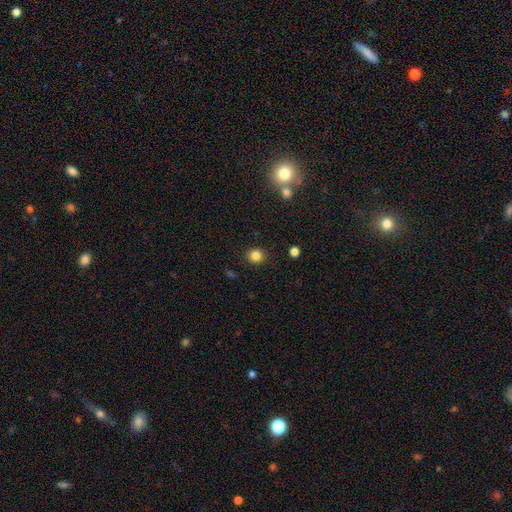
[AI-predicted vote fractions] A smooth galaxy with no disk features (83%) that is round (87%). Merging: none (90%).